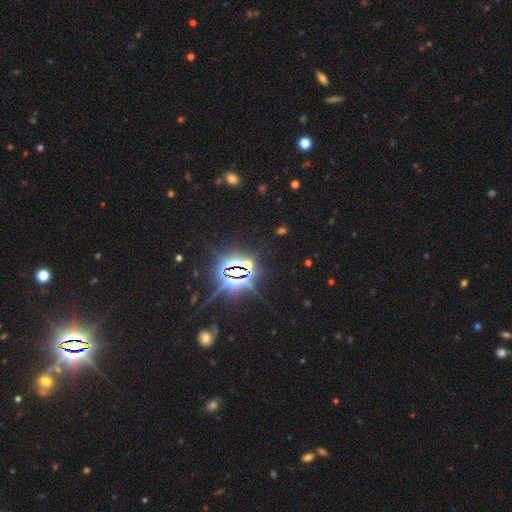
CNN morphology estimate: Smooth or featured: star or artifact — 85% (smooth — 9%)